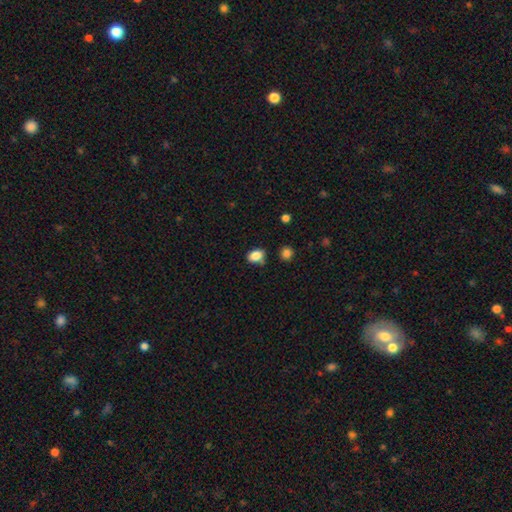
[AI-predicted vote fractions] smooth_or_featured: smooth (p=0.85) [alt: star or artifact p=0.10]
how_rounded: in between (p=0.72) [alt: round p=0.26]
merging: none (p=0.70) [alt: minor disturbance p=0.20]